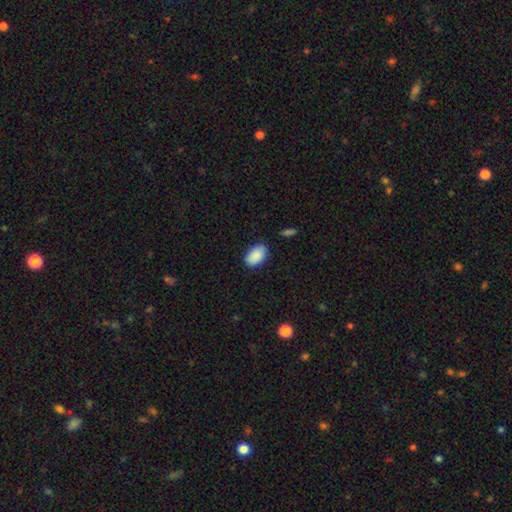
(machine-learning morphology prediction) Overall: smooth (89%). How rounded: in between (92%). Merging: none (81%).